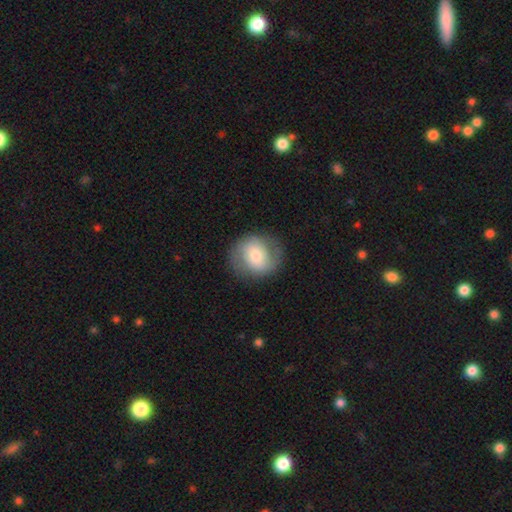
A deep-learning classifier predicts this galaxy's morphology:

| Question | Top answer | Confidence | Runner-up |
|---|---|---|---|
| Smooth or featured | smooth | 54% | featured or disk (38%) |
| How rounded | round | 79% | in between (20%) |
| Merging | none | 80% | minor disturbance (13%) |